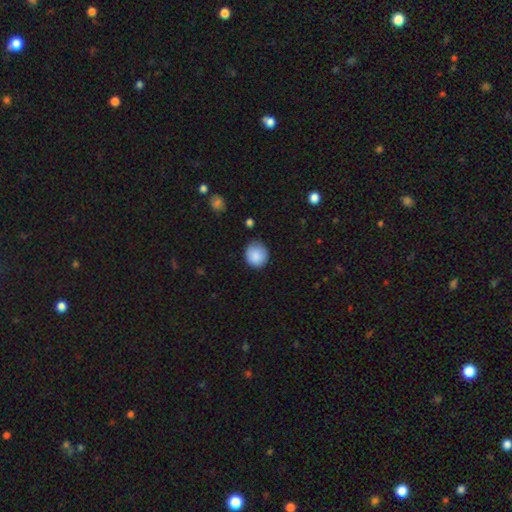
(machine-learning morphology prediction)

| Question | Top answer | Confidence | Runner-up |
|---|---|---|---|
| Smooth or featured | smooth | 87% | star or artifact (8%) |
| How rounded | round | 84% | in between (15%) |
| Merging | none | 79% | minor disturbance (17%) |